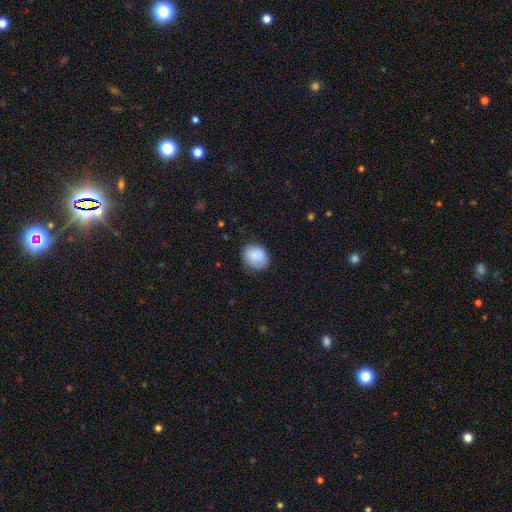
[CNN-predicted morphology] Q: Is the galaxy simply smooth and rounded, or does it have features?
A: smooth — 85%.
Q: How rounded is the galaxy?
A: round — 62%.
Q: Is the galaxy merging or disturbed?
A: none — 79%.